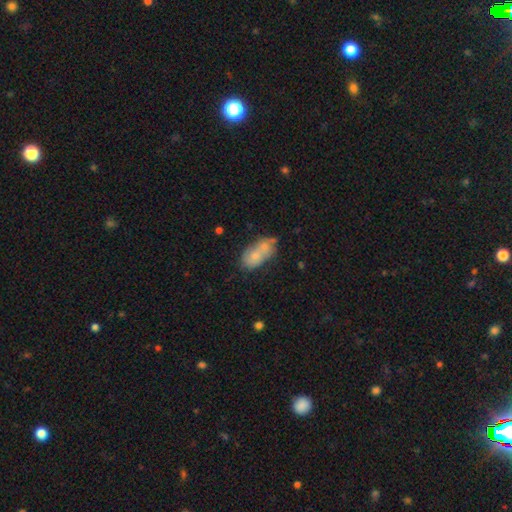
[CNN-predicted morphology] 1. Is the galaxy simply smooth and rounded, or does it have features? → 67% smooth, 25% featured or disk, 8% star or artifact.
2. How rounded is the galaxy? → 90% in between, 7% round, 4% cigar-shaped.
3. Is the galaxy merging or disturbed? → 38% merger, 36% none, 19% minor disturbance, 7% major disturbance.